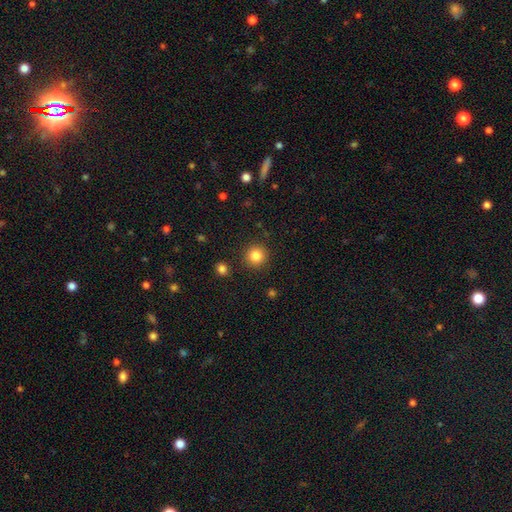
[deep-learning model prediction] Q: Smooth or featured?
A: smooth (83%); runner-up: star or artifact (11%)
Q: How rounded?
A: round (95%); runner-up: in between (5%)
Q: Merging?
A: none (90%); runner-up: minor disturbance (6%)